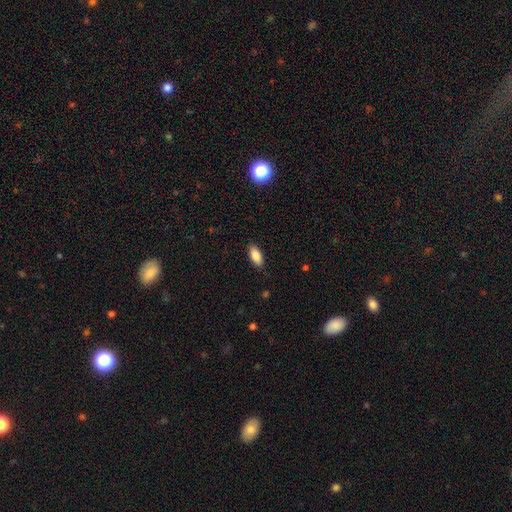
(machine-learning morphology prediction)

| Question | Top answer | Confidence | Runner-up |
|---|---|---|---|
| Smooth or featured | smooth | 87% | star or artifact (7%) |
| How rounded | in between | 87% | cigar-shaped (11%) |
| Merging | none | 86% | minor disturbance (11%) |